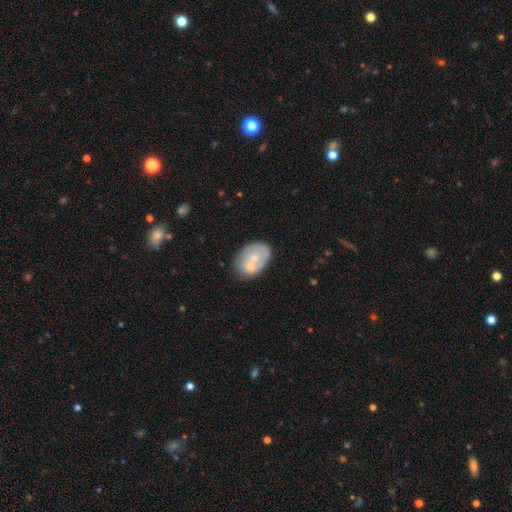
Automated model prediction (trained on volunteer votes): smooth_or_featured: smooth (p=0.54) [alt: featured or disk p=0.39]
how_rounded: in between (p=0.77) [alt: round p=0.22]
merging: none (p=0.39) [alt: merger p=0.35]